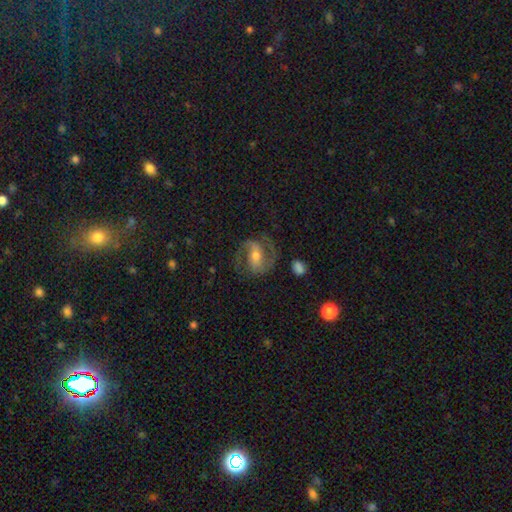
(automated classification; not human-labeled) This appears to be a featured or disk galaxy (86%) with a strong bar (41%), 2 (92%) medium (59%) spiral arms (96%) and a moderate central bulge (55%). Merging: none (76%).